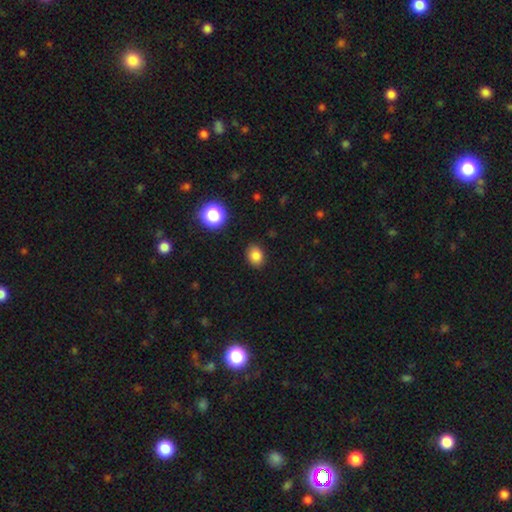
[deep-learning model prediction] Smooth or featured: smooth — 83% (star or artifact — 12%)
How rounded: in between — 54% (round — 45%)
Merging: none — 88% (minor disturbance — 9%)